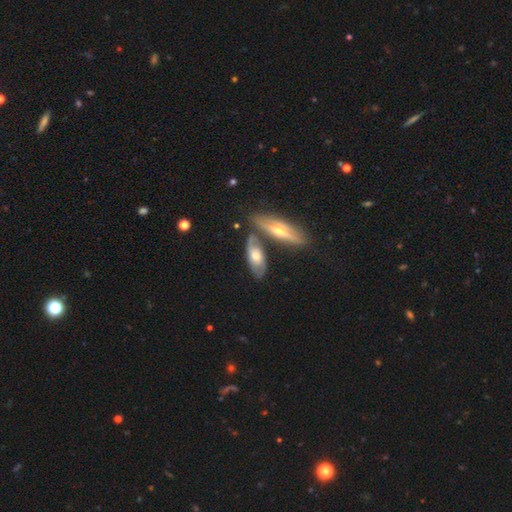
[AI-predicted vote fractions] The model was most divided on "smooth or featured": featured or disk: 55%, smooth: 40%, star or artifact: 6%. More confident: edge-on disk — no (63%); merging — none (53%).